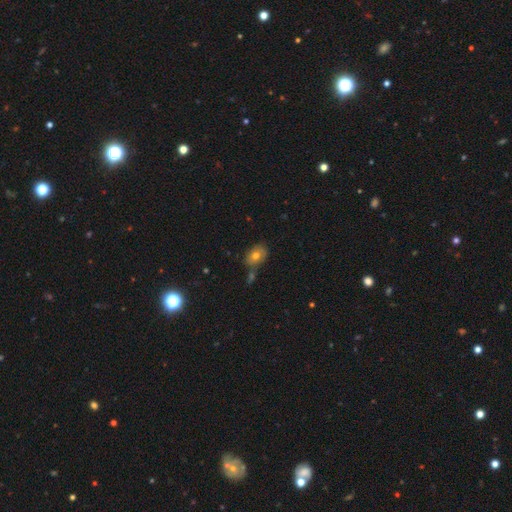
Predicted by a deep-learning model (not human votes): smooth 69%, featured or disk 19%, star or artifact 11%. Down the decision tree: how rounded — in between (72%); merging — none (63%).